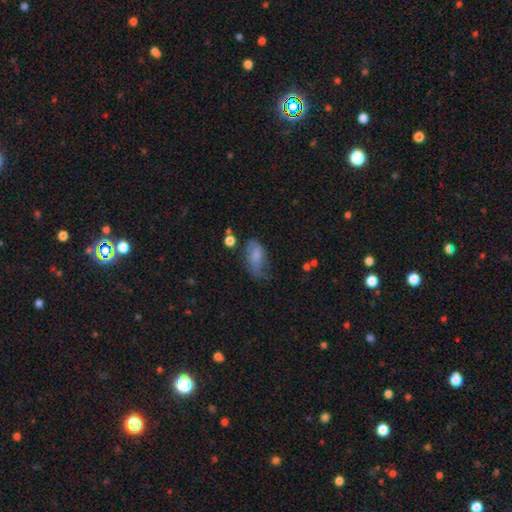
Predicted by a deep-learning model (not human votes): Morphology: type=smooth (67%); roundness=in between (89%); merging=none (35%).